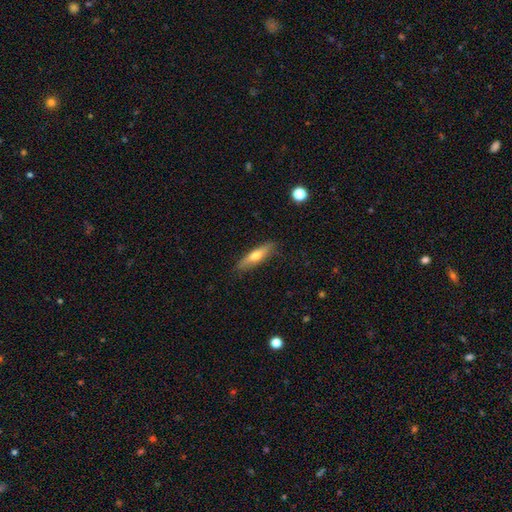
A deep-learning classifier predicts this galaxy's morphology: Smooth or featured: smooth — 59% (featured or disk — 35%)
How rounded: cigar-shaped — 69% (in between — 28%)
Merging: none — 85% (minor disturbance — 12%)